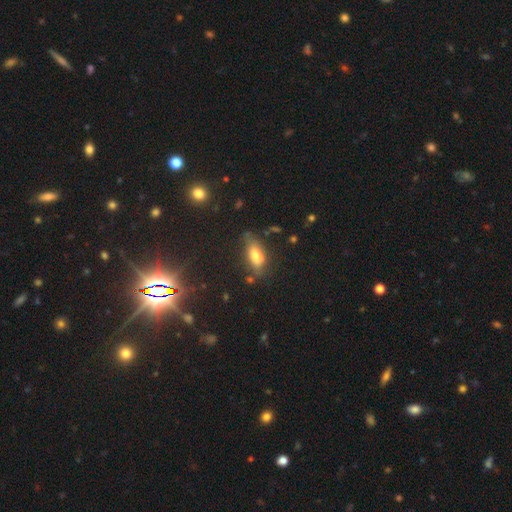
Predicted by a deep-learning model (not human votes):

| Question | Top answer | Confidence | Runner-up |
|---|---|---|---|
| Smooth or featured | smooth | 71% | featured or disk (17%) |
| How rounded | in between | 83% | cigar-shaped (13%) |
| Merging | none | 65% | minor disturbance (23%) |